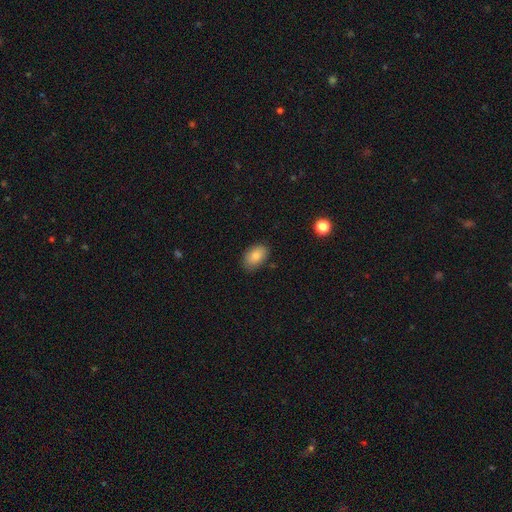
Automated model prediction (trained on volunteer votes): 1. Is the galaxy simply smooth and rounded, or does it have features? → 84% smooth, 8% featured or disk, 8% star or artifact.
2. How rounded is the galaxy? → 90% in between, 8% round, 1% cigar-shaped.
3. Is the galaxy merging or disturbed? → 82% none, 14% minor disturbance, 3% major disturbance, 1% merger.